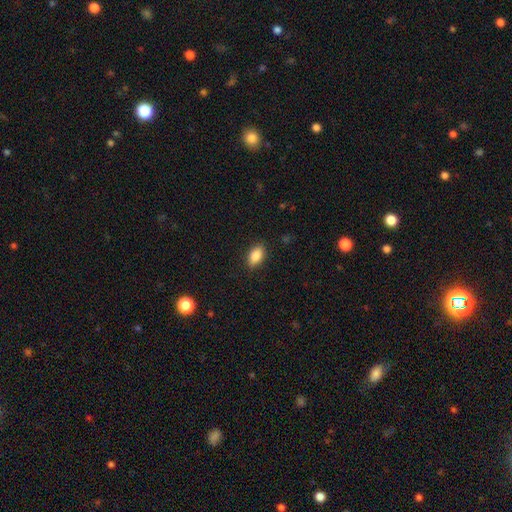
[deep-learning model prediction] Smooth or featured? Predicted: smooth (p=0.86). How rounded? Predicted: in between (p=0.89). Merging? Predicted: none (p=0.87).